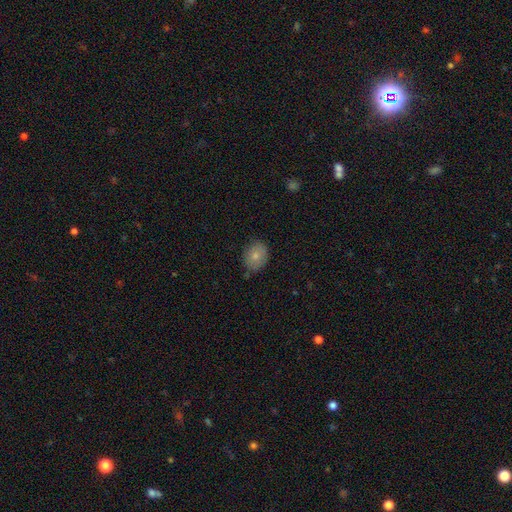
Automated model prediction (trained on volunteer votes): smooth-or-featured: smooth: 78% | featured or disk: 13% | star or artifact: 9%
  how-rounded: in between: 52% | round: 47% | cigar-shaped: 1%
  merging: none: 77% | minor disturbance: 18% | major disturbance: 3% | merger: 2%